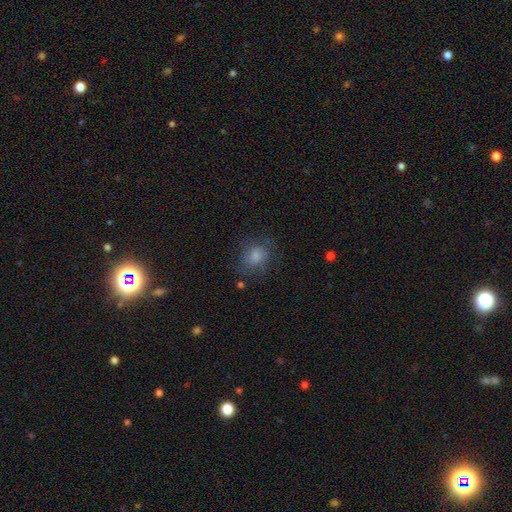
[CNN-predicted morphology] smooth 52%, featured or disk 28%, star or artifact 21%. Down the decision tree: how rounded — round (63%); merging — none (69%).